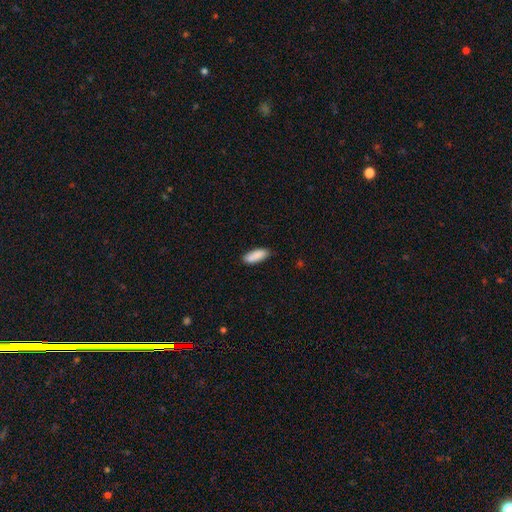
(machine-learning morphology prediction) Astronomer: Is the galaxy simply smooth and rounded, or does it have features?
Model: smooth — 88%.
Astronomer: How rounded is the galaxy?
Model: in between — 71%.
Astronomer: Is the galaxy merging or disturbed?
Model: none — 82%.